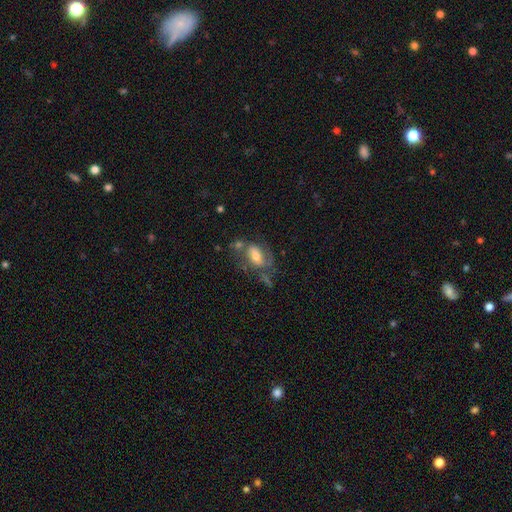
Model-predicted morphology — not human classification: type=featured or disk (52%); edge-on=no (94%); merging=none (36%).